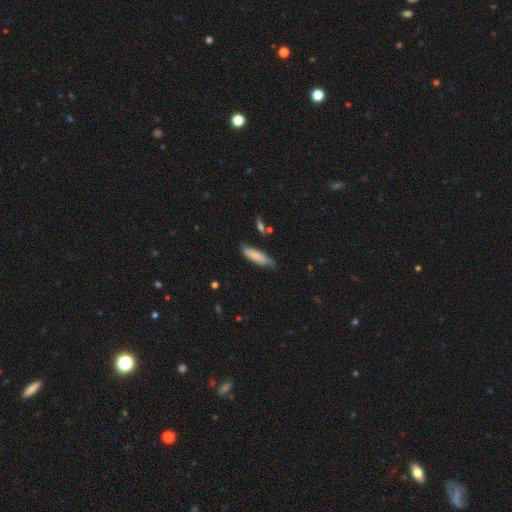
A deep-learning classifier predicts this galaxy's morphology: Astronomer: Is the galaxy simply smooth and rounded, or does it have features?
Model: smooth — 77%.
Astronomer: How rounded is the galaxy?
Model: in between — 51% (runner-up: cigar-shaped, 48%).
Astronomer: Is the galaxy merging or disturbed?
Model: none — 63%.